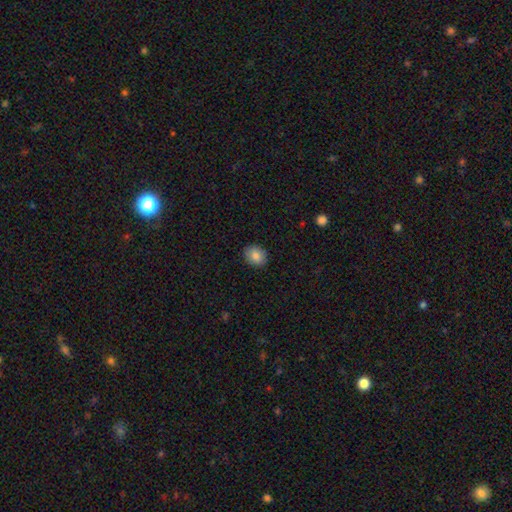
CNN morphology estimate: A smooth galaxy with no disk features (84%) that is round (57%). Merging: none (89%).